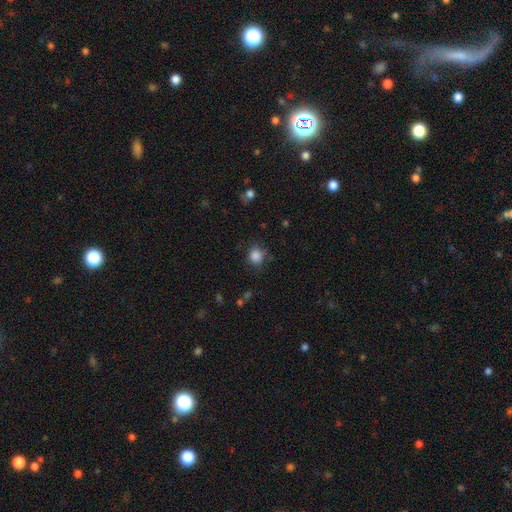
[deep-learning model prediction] Q: Smooth or featured?
A: smooth (85%); runner-up: star or artifact (11%)
Q: How rounded?
A: round (85%); runner-up: in between (14%)
Q: Merging?
A: none (77%); runner-up: minor disturbance (16%)